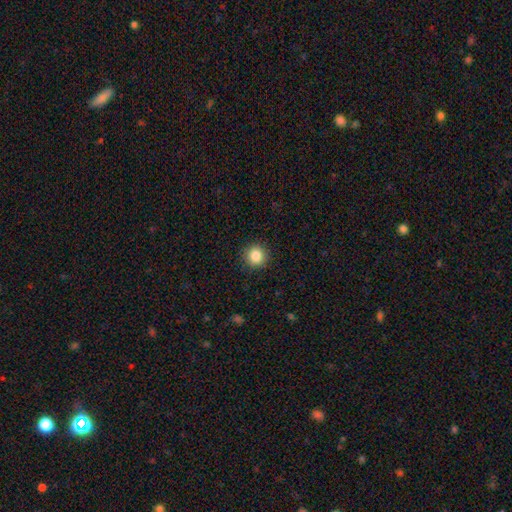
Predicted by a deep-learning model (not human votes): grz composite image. It shows a smooth galaxy with no disk features (85%) that is round (91%). Merging: none (91%).